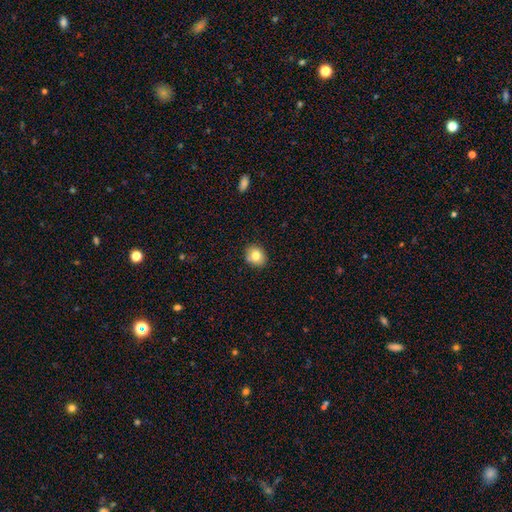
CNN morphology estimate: type=smooth (79%); roundness=round (68%); merging=none (85%).